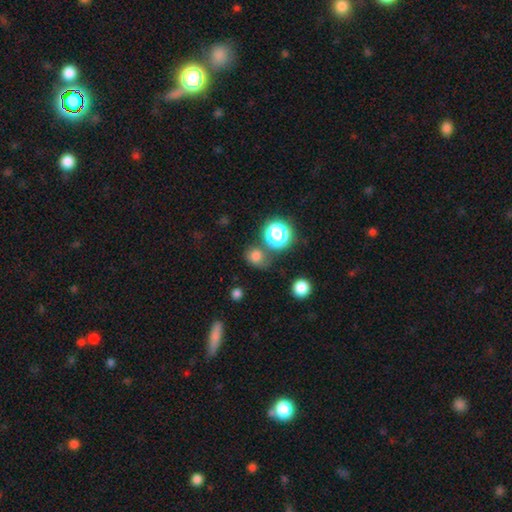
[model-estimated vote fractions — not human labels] This appears to be a smooth galaxy with no disk features (72%) that is round (70%). Merging: none (67%).